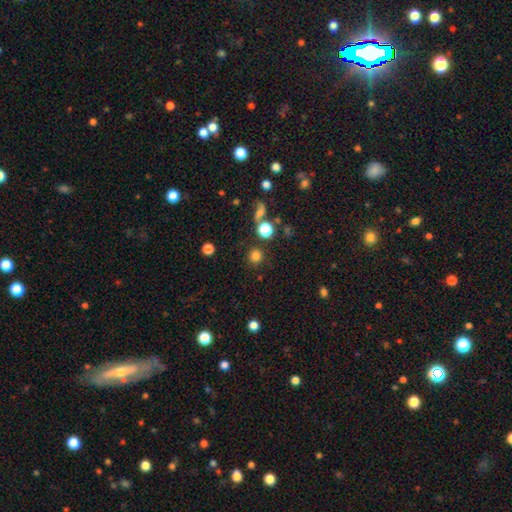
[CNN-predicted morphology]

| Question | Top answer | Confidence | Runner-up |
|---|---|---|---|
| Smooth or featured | smooth | 80% | star or artifact (14%) |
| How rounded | round | 92% | in between (7%) |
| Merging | none | 84% | minor disturbance (7%) |